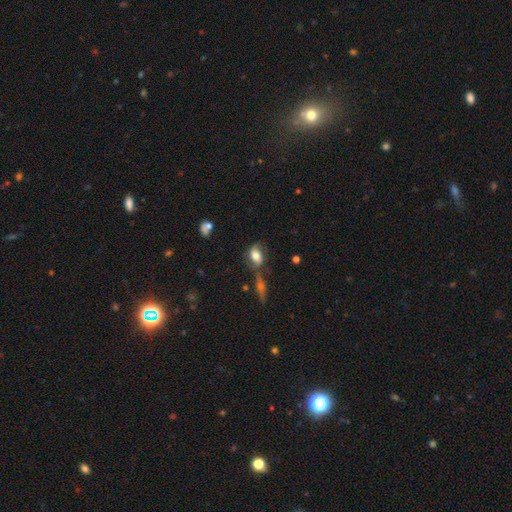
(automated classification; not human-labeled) A smooth galaxy with no disk features (53%) that is in between round and cigar-shaped (77%). Merging: none (51%).